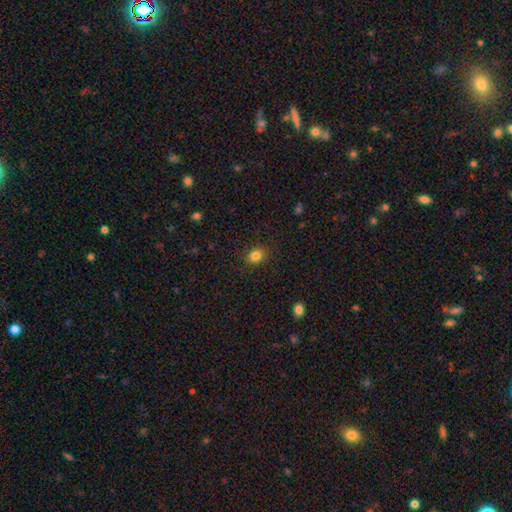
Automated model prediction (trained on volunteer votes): Smooth or featured? Predicted: smooth (p=0.84). How rounded? Predicted: round (p=0.55). Merging? Predicted: none (p=0.88).